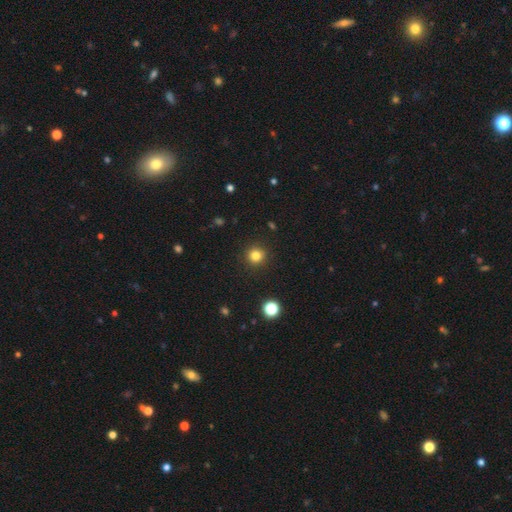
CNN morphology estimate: smooth_or_featured: smooth (p=0.82) [alt: star or artifact p=0.13]
how_rounded: round (p=0.93) [alt: in between p=0.06]
merging: none (p=0.92) [alt: minor disturbance p=0.05]